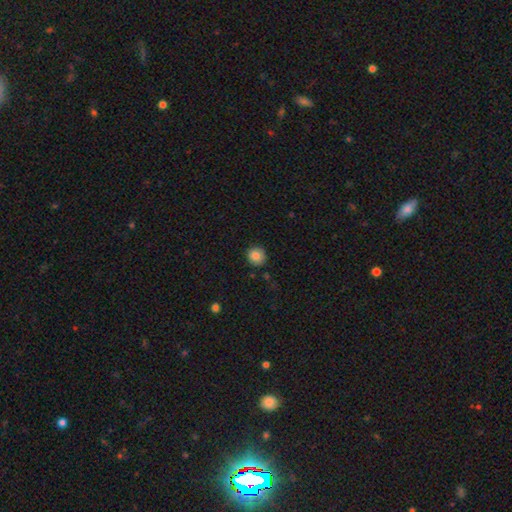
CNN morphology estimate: smooth_or_featured: smooth (p=0.85) [alt: star or artifact p=0.09]
how_rounded: round (p=0.88) [alt: in between p=0.11]
merging: none (p=0.87) [alt: minor disturbance p=0.09]